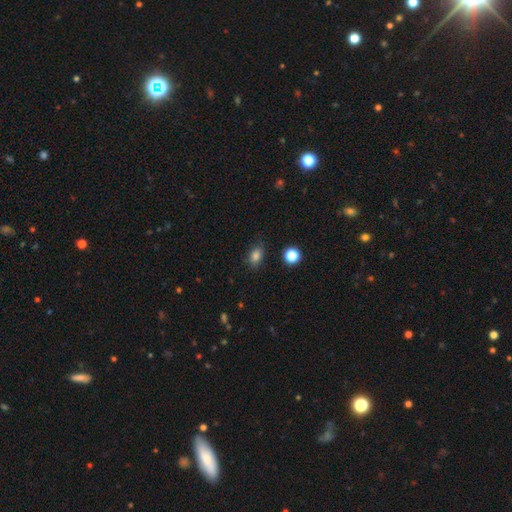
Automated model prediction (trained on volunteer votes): The model was most divided on "how rounded": in between: 77%, round: 21%, cigar-shaped: 2%. More confident: smooth or featured — smooth (82%); merging — none (78%).